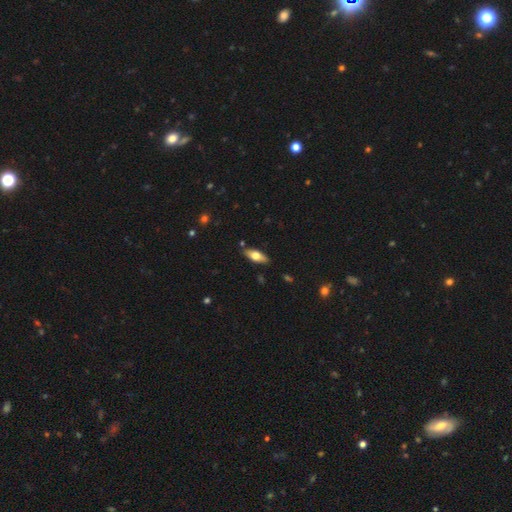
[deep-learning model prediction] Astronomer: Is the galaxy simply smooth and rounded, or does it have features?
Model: smooth — 58% (runner-up: featured or disk, 36%).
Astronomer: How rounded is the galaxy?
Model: in between — 73%.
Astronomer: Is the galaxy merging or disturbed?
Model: none — 85%.